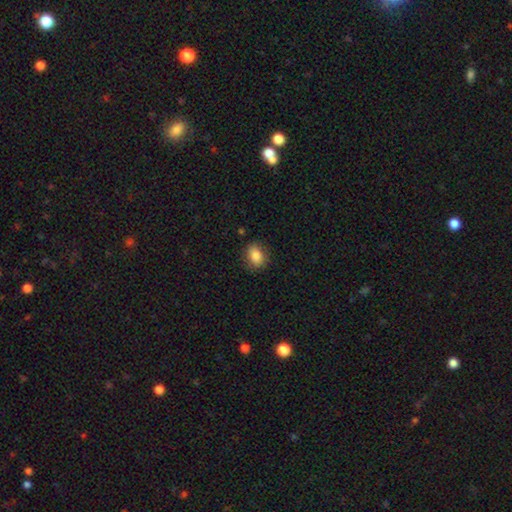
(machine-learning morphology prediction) A smooth galaxy with no disk features (86%) that is in between round and cigar-shaped (73%). Merging: none (83%).